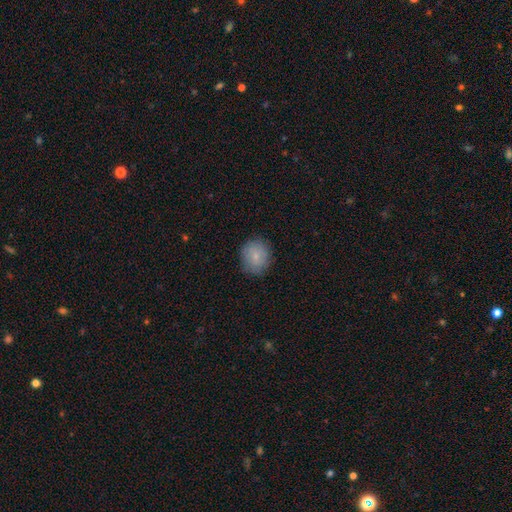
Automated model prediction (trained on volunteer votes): Smooth or featured: smooth — 82% (featured or disk — 11%)
How rounded: round — 73% (in between — 27%)
Merging: none — 83% (minor disturbance — 13%)